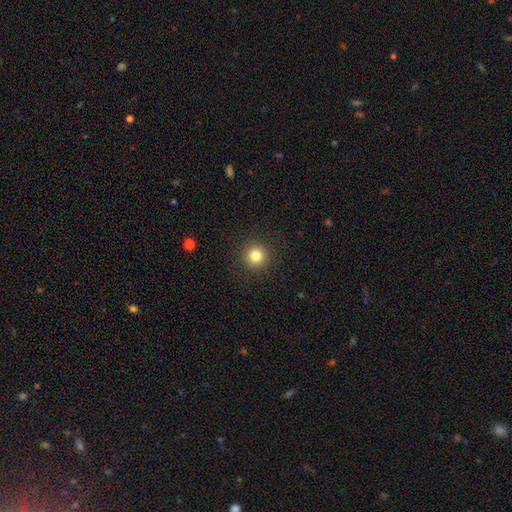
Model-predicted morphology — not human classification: smooth-or-featured: smooth: 82% | star or artifact: 12% | featured or disk: 6%
  how-rounded: round: 95% | in between: 4% | cigar-shaped: 1%
  merging: none: 91% | minor disturbance: 6% | major disturbance: 2% | merger: 1%